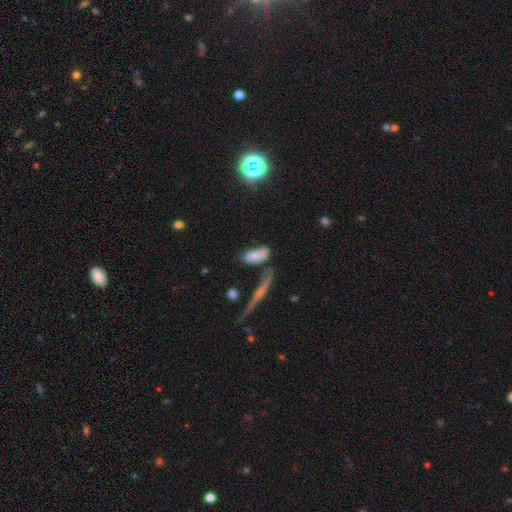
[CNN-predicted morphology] Smooth or featured?
  - smooth: 73% *
  - featured or disk: 17%
  - star or artifact: 10%
How rounded?
  - in between: 86% *
  - cigar-shaped: 10%
  - round: 4%
Merging?
  - none: 43% *
  - minor disturbance: 25%
  - merger: 19%
  - major disturbance: 13%